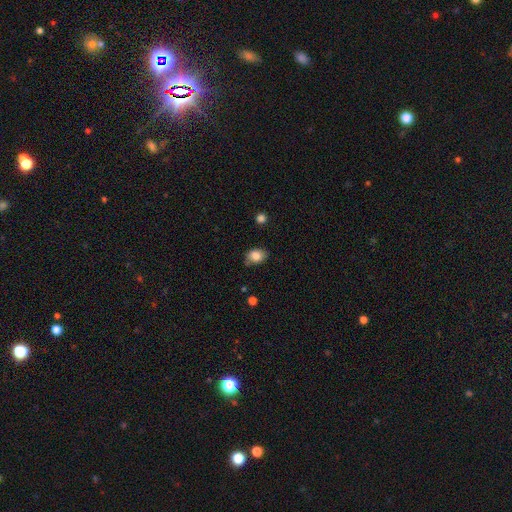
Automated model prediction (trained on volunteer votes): Overall: smooth (83%). How rounded: in between (70%). Merging: none (70%).